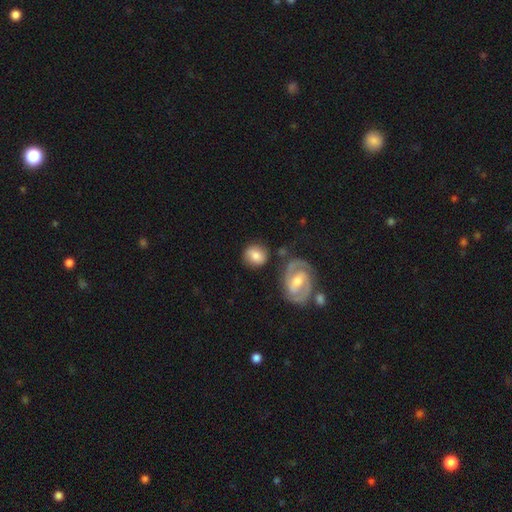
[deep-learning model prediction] Smooth or featured? Predicted: smooth (p=0.69). How rounded? Predicted: round (p=0.74). Merging? Predicted: none (p=0.75).